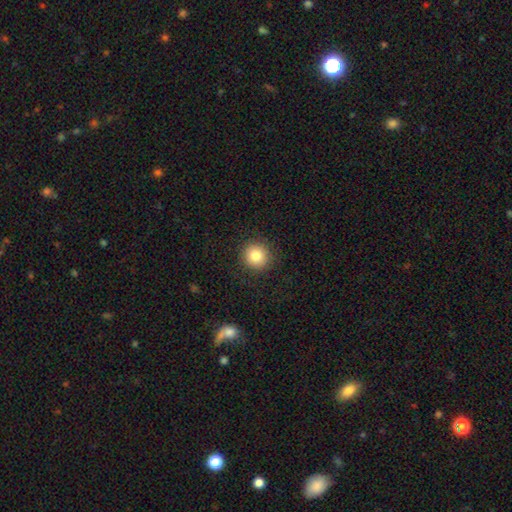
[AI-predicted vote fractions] Smooth or featured? Predicted: smooth (p=0.83). How rounded? Predicted: round (p=0.93). Merging? Predicted: none (p=0.90).